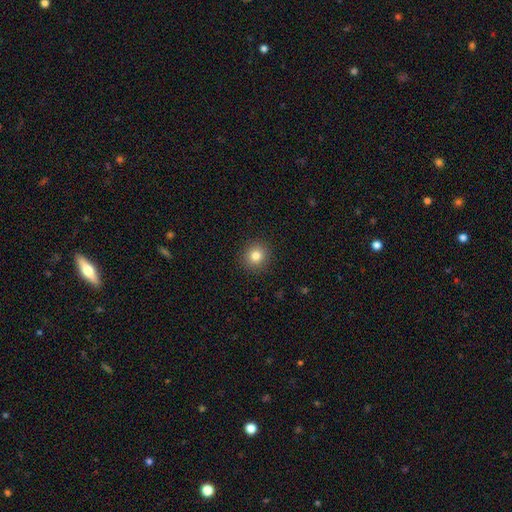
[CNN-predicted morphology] Q: Smooth or featured?
A: smooth (81%); runner-up: star or artifact (12%)
Q: How rounded?
A: round (90%); runner-up: in between (9%)
Q: Merging?
A: none (92%); runner-up: minor disturbance (5%)